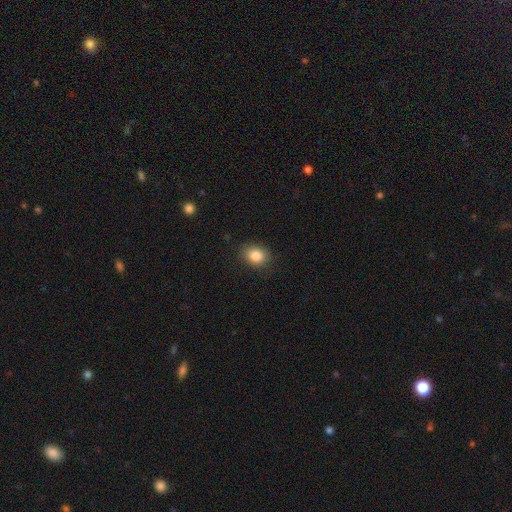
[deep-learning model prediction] A smooth galaxy with no disk features (86%) that is in between round and cigar-shaped (60%). Merging: none (84%).